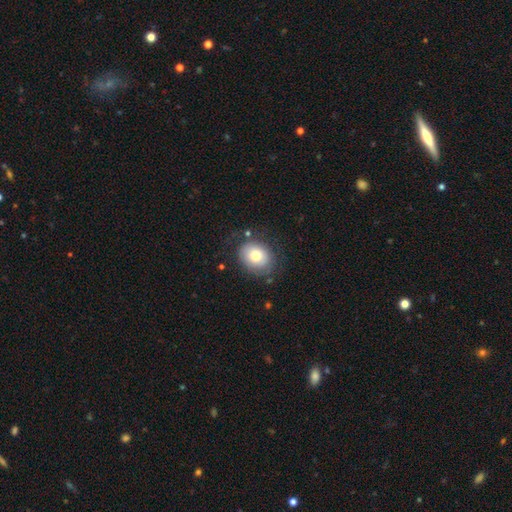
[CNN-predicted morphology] This appears to be a smooth galaxy with no disk features (71%) that is round (50%). Merging: none (72%).